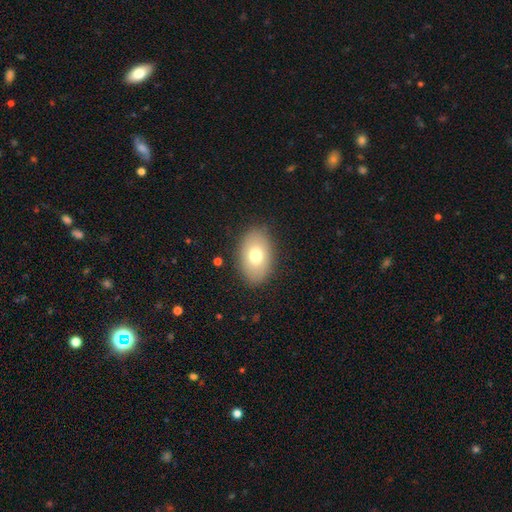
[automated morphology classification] This appears to be a smooth galaxy with no disk features (74%) that is in between round and cigar-shaped (87%). Merging: none (86%).